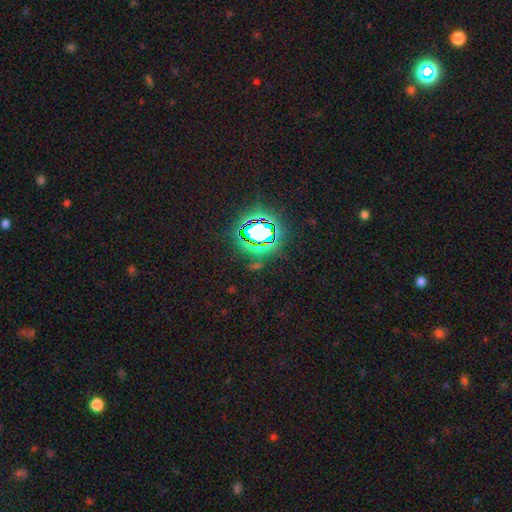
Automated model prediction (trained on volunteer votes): Smooth or featured? Predicted: star or artifact (p=0.82).